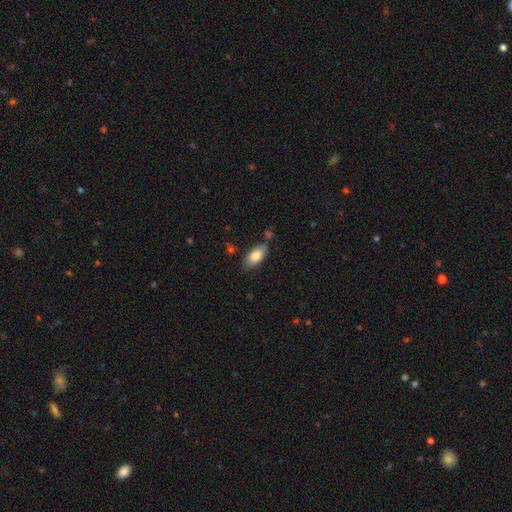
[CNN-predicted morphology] Overall: smooth (83%). How rounded: in between (89%). Merging: none (73%).